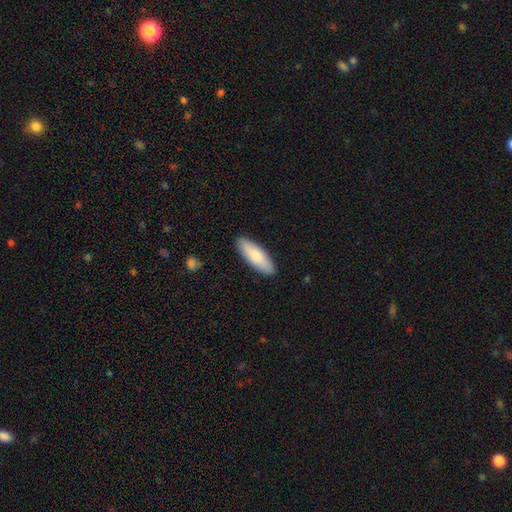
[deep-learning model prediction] Smooth or featured?
  - smooth: 80% *
  - featured or disk: 15%
  - star or artifact: 5%
How rounded?
  - in between: 56% *
  - cigar-shaped: 43%
  - round: 2%
Merging?
  - none: 89% *
  - minor disturbance: 8%
  - major disturbance: 2%
  - merger: 1%